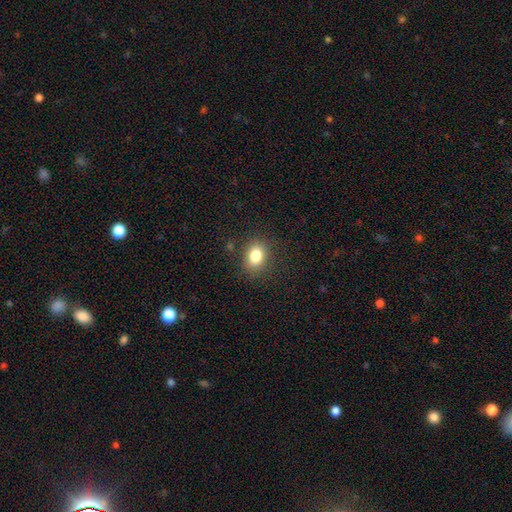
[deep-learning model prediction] Smooth or featured? Predicted: smooth (p=0.82). How rounded? Predicted: in between (p=0.59). Merging? Predicted: none (p=0.84).